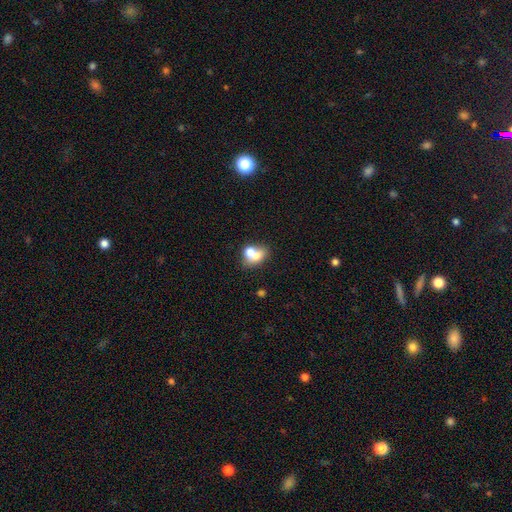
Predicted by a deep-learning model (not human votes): Smooth or featured? smooth (66%)
How rounded? in between (52%)
Merging? merger (60%)